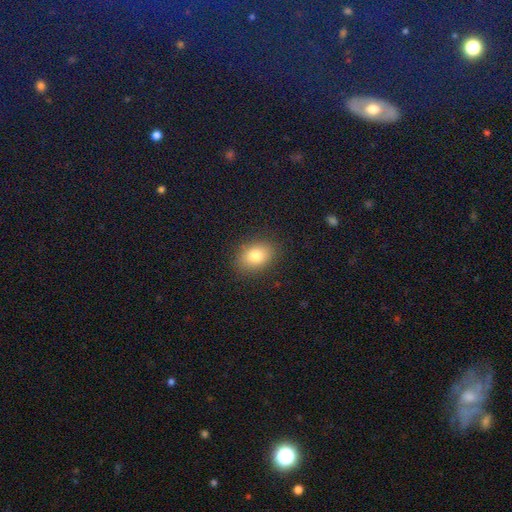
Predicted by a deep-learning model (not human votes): A smooth galaxy with no disk features (80%) that is in between round and cigar-shaped (69%). Merging: none (87%).